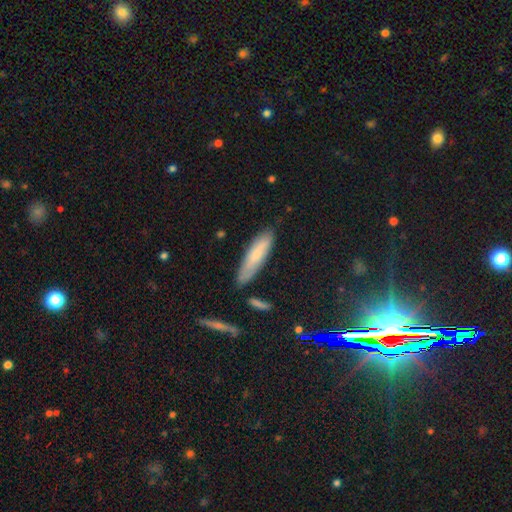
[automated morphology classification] This is likely a smooth galaxy (70%). How rounded: likely cigar-shaped (69%). Merging: likely none (77%).